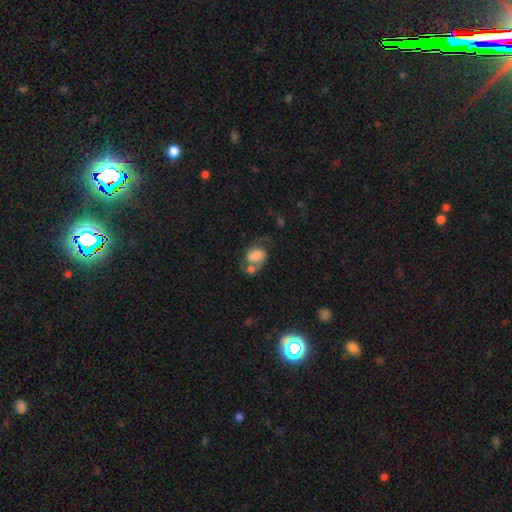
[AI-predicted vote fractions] Smooth or featured? featured or disk (49%)
Merging? merger (35%)